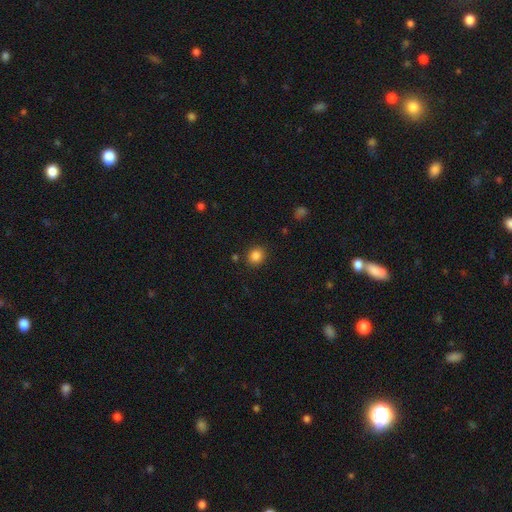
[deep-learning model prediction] smooth-or-featured: smooth: 85% | star or artifact: 11% | featured or disk: 4%
  how-rounded: round: 78% | in between: 21% | cigar-shaped: 1%
  merging: none: 87% | minor disturbance: 8% | major disturbance: 3% | merger: 2%